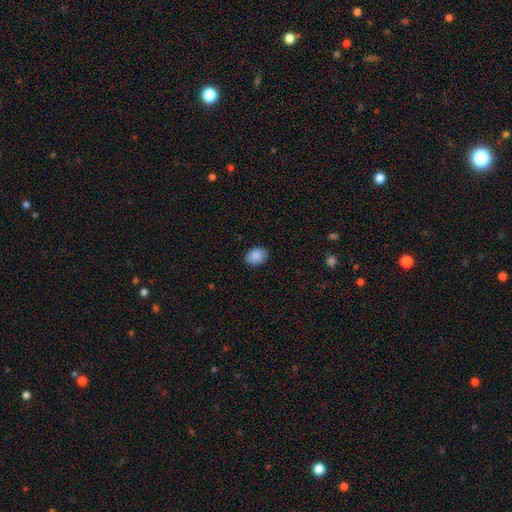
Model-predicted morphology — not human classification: This is clearly a smooth galaxy (88%). How rounded: likely in between (65%). Merging: clearly none (85%).